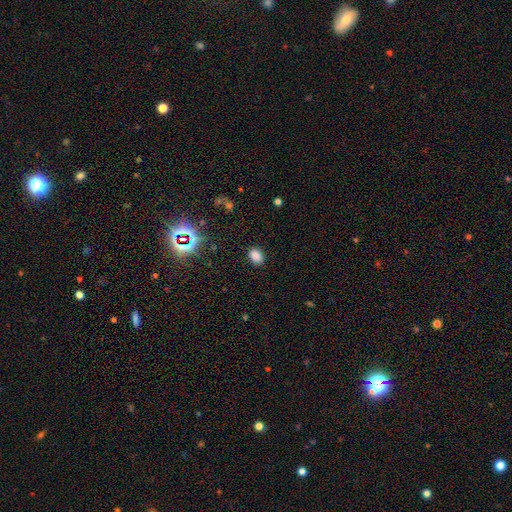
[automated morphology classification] Q: Smooth or featured?
A: smooth (81%); runner-up: star or artifact (15%)
Q: How rounded?
A: in between (79%); runner-up: round (19%)
Q: Merging?
A: none (86%); runner-up: minor disturbance (9%)